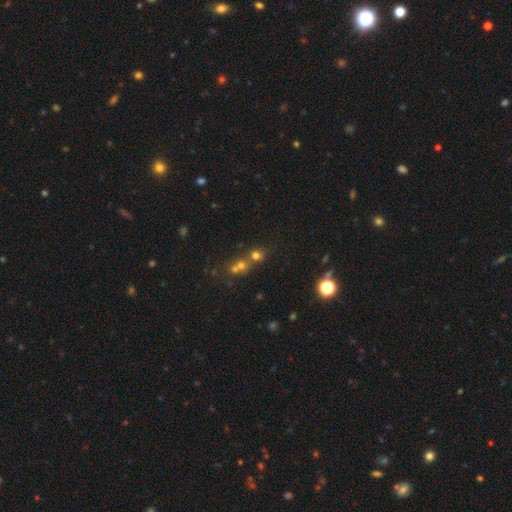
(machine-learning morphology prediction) smooth-or-featured: smooth: 56% | star or artifact: 30% | featured or disk: 13%
  how-rounded: round: 84% | in between: 15% | cigar-shaped: 1%
  merging: none: 46% | merger: 45% | minor disturbance: 6% | major disturbance: 3%